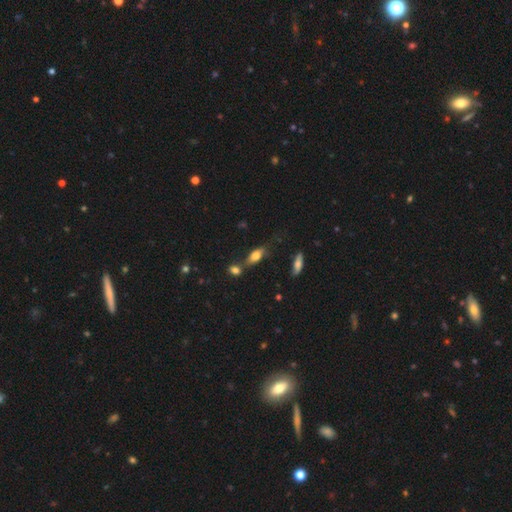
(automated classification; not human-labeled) smooth-or-featured: smooth: 71% | featured or disk: 20% | star or artifact: 10%
  how-rounded: in between: 76% | cigar-shaped: 19% | round: 5%
  merging: none: 52% | merger: 25% | minor disturbance: 17% | major disturbance: 6%